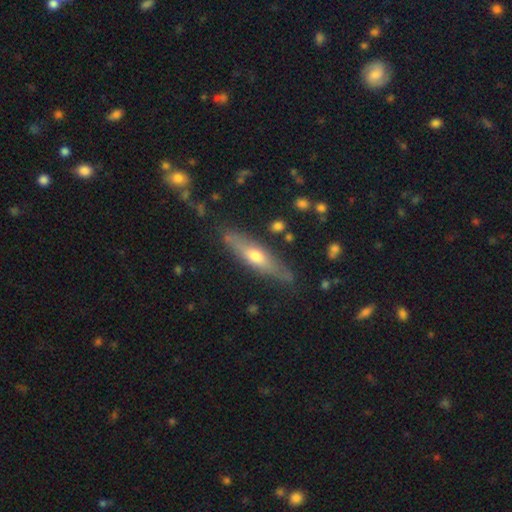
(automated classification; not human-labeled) Morphology: type=featured or disk (51%); edge-on=yes (80%); merging=none (81%).